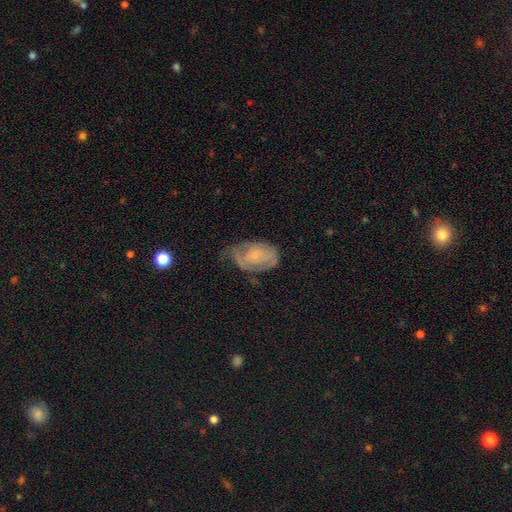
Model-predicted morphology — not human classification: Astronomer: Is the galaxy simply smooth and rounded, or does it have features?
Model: featured or disk — 56% (runner-up: smooth, 36%).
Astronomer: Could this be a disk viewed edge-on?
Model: no — 96%.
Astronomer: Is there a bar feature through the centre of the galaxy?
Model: no — 75%.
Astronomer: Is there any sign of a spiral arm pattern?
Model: yes — 72%.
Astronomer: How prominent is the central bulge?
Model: small — 60%.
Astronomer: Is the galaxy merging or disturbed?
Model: none — 38% (runner-up: minor disturbance, 36%).